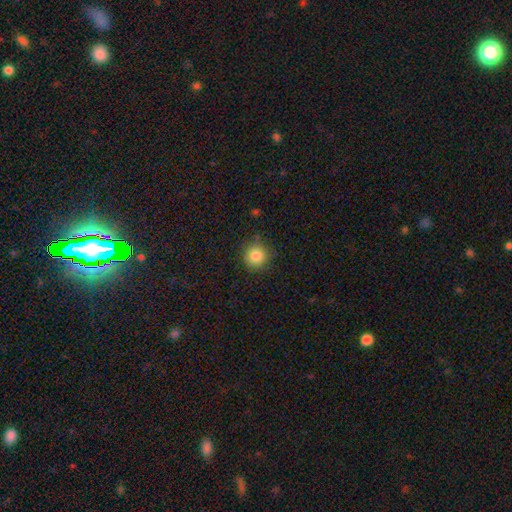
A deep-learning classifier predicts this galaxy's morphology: The model was most divided on "smooth or featured": smooth: 83%, star or artifact: 11%, featured or disk: 5%. More confident: how rounded — round (94%); merging — none (88%).